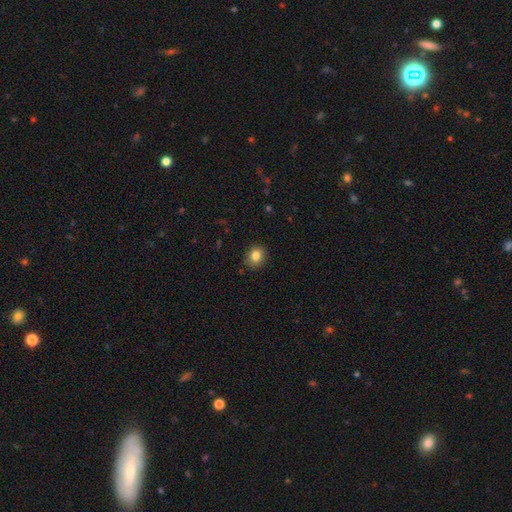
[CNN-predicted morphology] The model was most divided on "how rounded": round: 74%, in between: 25%, cigar-shaped: 1%. More confident: merging — none (88%); smooth or featured — smooth (84%).